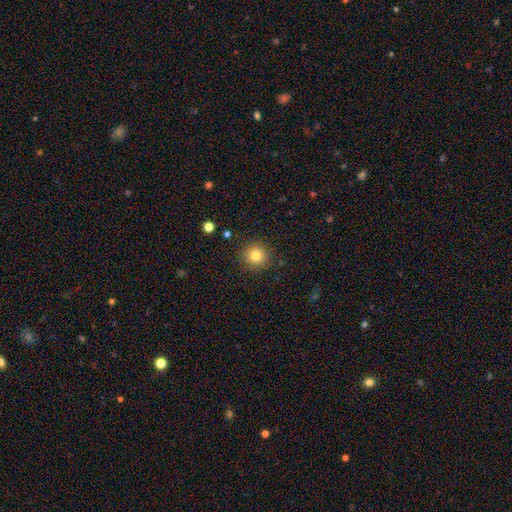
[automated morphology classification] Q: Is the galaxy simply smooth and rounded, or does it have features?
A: smooth — 81%.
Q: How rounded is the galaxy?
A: round — 94%.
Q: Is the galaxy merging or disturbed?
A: none — 90%.